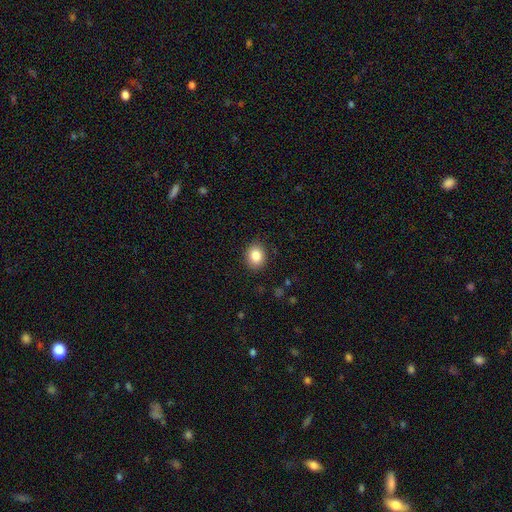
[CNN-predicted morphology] A smooth galaxy with no disk features (85%) that is round (56%). Merging: none (88%).